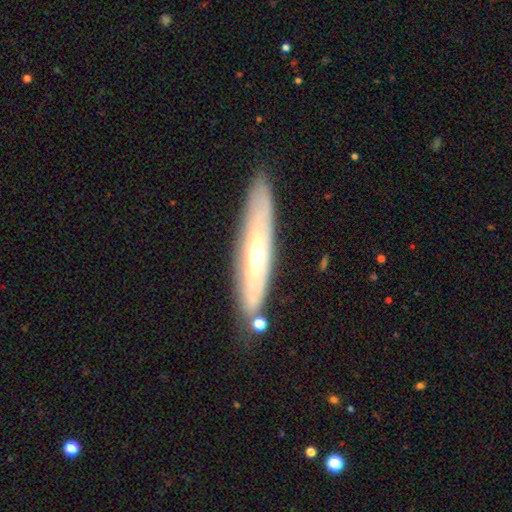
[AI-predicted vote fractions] This appears to be a featured or disk galaxy (67%) viewed edge-on (57%). Merging: none (81%).